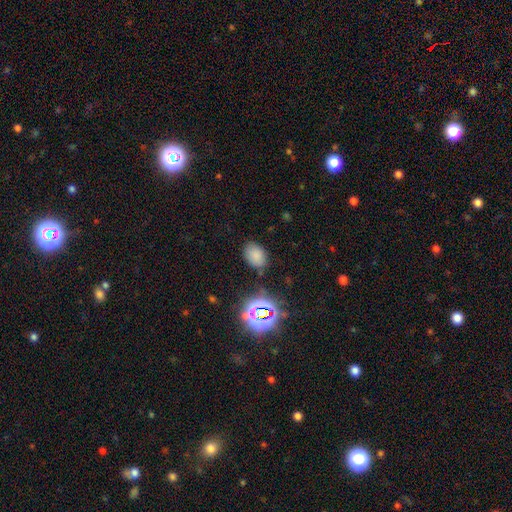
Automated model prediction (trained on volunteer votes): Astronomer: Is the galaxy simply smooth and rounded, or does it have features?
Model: smooth — 74%.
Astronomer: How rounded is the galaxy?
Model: in between — 77%.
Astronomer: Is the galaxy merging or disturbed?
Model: none — 78%.